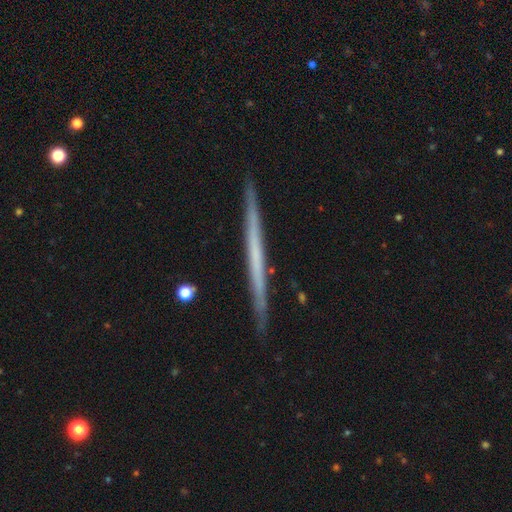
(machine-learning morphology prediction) Smooth or featured? featured or disk (60%)
Edge-on disk? yes (97%)
Edge-on bulge? none (92%)
Merging? none (91%)